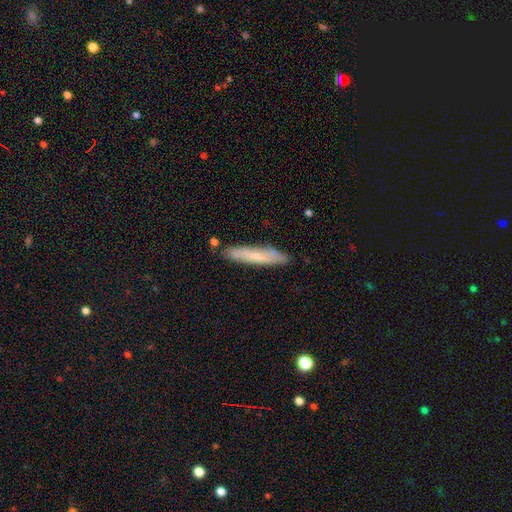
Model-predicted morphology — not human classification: smooth_or_featured: smooth (p=0.67) [alt: featured or disk p=0.26]
how_rounded: cigar-shaped (p=0.90) [alt: in between p=0.08]
merging: none (p=0.84) [alt: minor disturbance p=0.11]